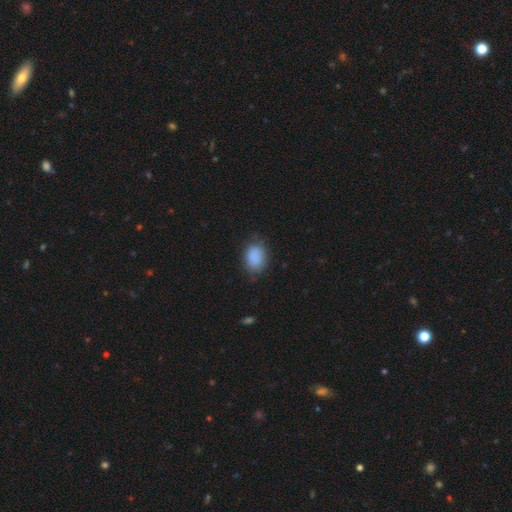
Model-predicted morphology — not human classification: This is clearly a smooth galaxy (87%). How rounded: likely in between (73%). Merging: likely none (74%).